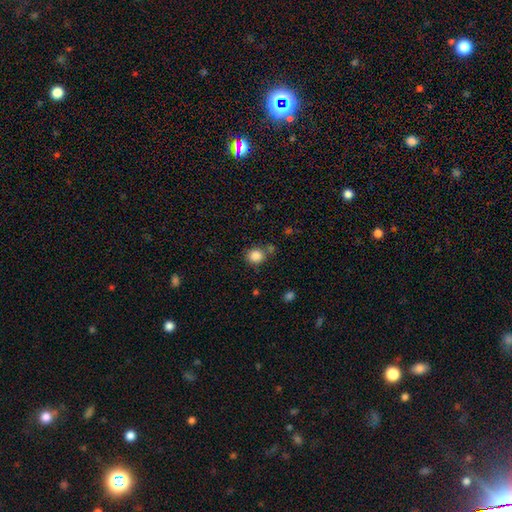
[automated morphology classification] Smooth or featured? Predicted: smooth (p=0.86). How rounded? Predicted: round (p=0.80). Merging? Predicted: none (p=0.72).